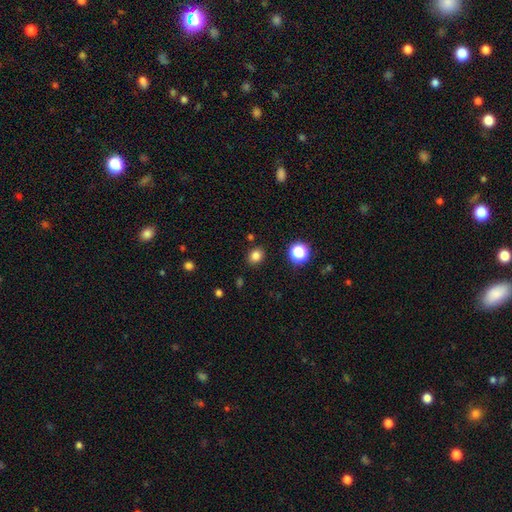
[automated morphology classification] This is clearly a smooth galaxy (81%). How rounded: possibly round (57%). Merging: clearly none (87%).